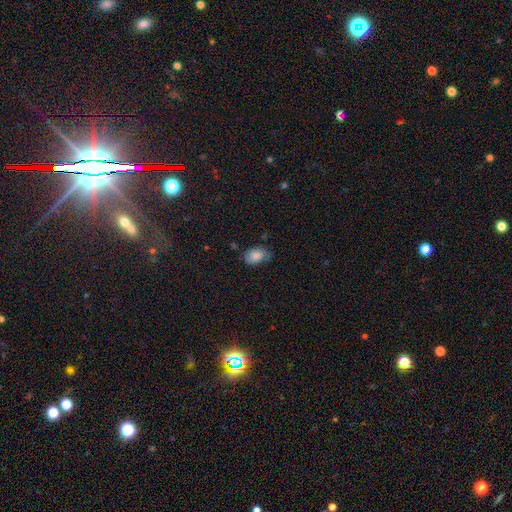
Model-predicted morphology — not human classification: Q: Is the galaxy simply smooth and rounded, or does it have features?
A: smooth — 81%.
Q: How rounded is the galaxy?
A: in between — 85%.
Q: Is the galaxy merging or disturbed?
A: none — 61%.